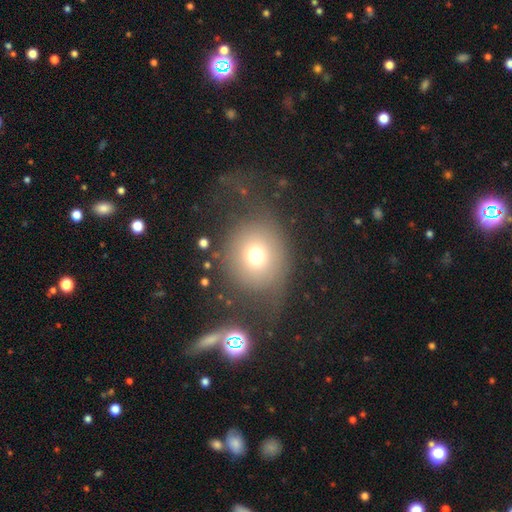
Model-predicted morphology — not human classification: The model was most divided on "merging": none: 52%, major disturbance: 25%, minor disturbance: 18%, merger: 5%. More confident: how rounded — round (83%); smooth or featured — smooth (68%).